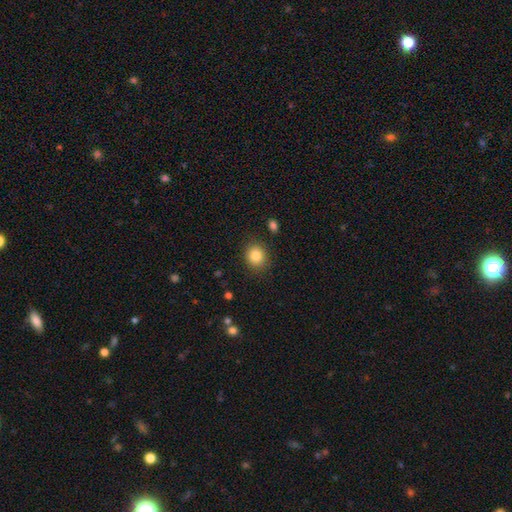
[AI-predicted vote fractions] The model was most divided on "how rounded": round: 76%, in between: 24%, cigar-shaped: 1%. More confident: merging — none (87%); smooth or featured — smooth (84%).